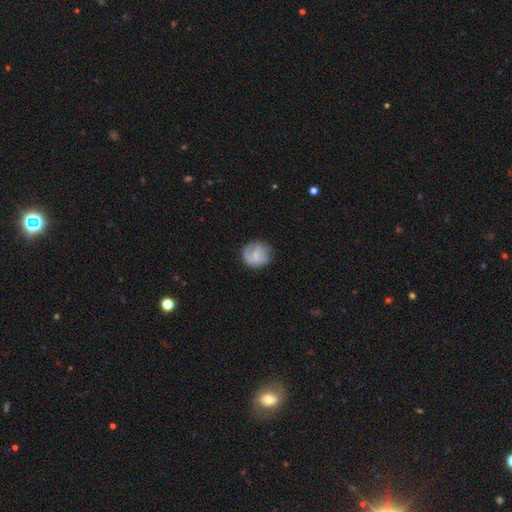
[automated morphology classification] This appears to be a smooth galaxy with no disk features (58%) that is round (87%). Merging: none (71%).